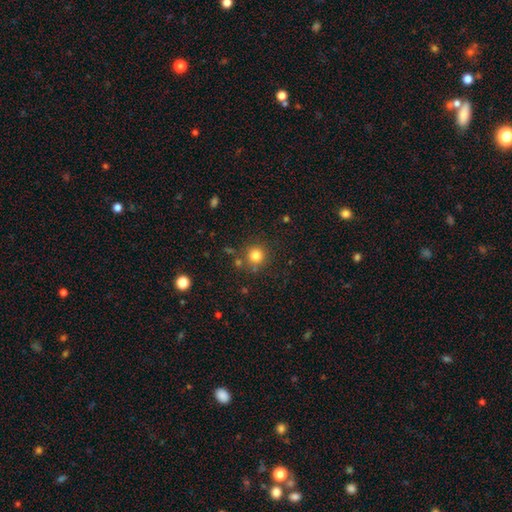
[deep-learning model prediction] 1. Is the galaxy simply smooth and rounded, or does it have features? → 80% smooth, 14% star or artifact, 6% featured or disk.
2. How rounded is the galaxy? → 94% round, 5% in between, 1% cigar-shaped.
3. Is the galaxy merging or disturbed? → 81% none, 9% minor disturbance, 7% merger, 3% major disturbance.